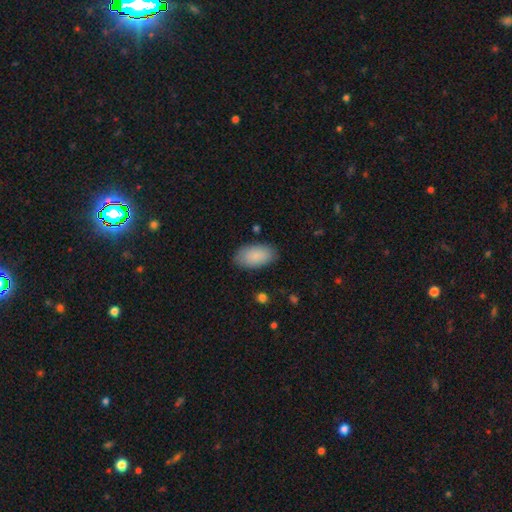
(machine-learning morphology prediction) Overall: smooth (88%). How rounded: in between (95%). Merging: none (85%).